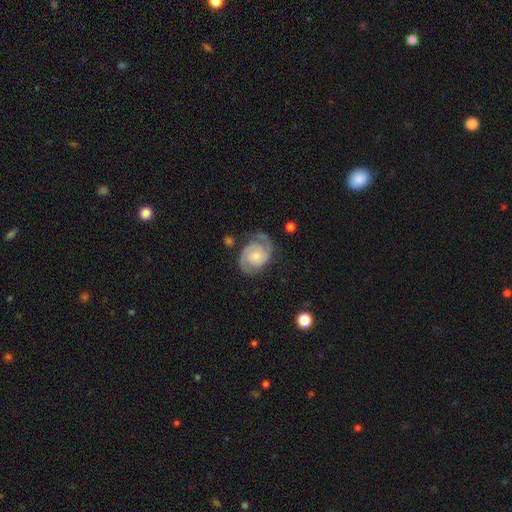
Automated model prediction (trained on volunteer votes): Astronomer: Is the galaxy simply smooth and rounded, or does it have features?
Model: featured or disk — 82%.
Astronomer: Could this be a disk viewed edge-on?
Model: no — 98%.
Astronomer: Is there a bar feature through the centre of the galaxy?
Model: no — 71%.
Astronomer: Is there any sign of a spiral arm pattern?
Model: yes — 96%.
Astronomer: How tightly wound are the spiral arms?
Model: tight — 48% (runner-up: medium, 41%).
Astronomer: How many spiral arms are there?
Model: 2 — 86%.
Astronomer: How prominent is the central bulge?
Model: small — 51% (runner-up: moderate, 31%).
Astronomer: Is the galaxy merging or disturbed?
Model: none — 67%.